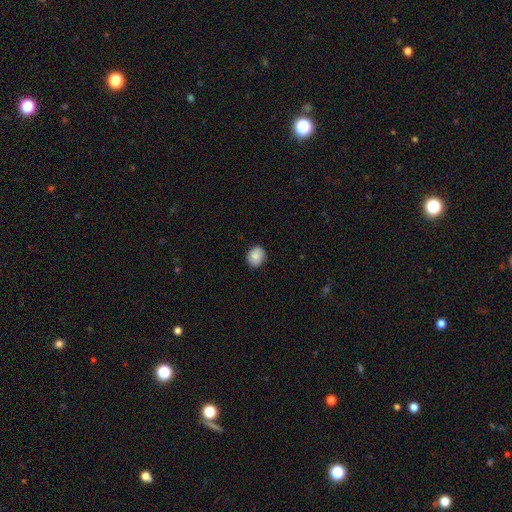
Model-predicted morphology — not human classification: Q: Smooth or featured?
A: smooth (88%); runner-up: star or artifact (7%)
Q: How rounded?
A: round (60%); runner-up: in between (39%)
Q: Merging?
A: none (88%); runner-up: minor disturbance (9%)